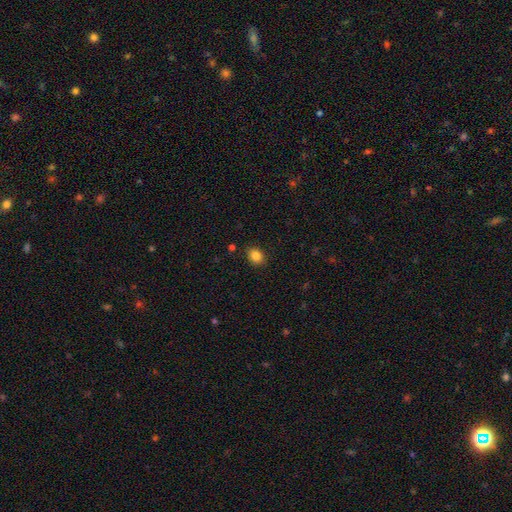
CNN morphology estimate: A smooth galaxy with no disk features (84%) that is round (54%). Merging: none (88%).